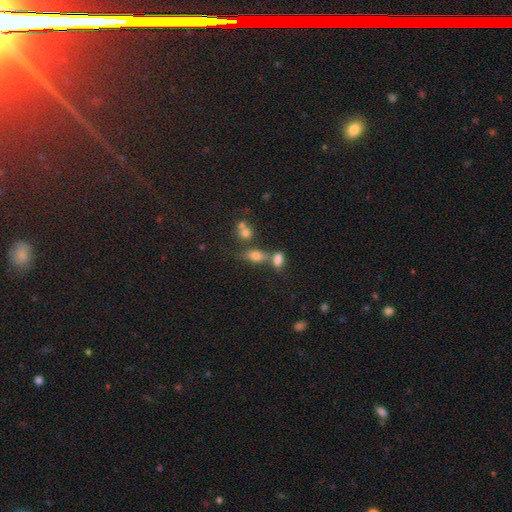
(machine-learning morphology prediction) Overall: smooth (71%). How rounded: in between (73%). Merging: none (44%; merger 37%).